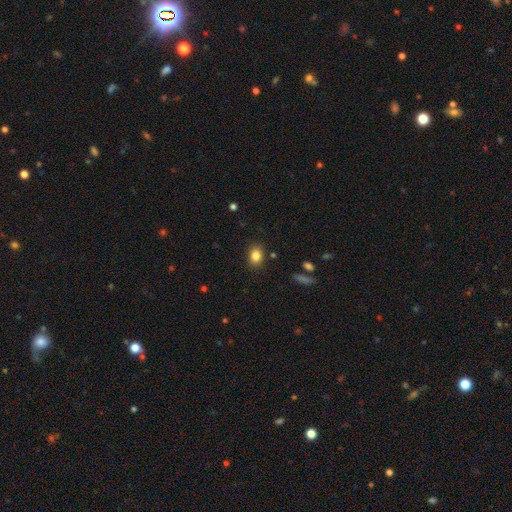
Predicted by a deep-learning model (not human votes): Smooth or featured?
  - smooth: 84% *
  - star or artifact: 10%
  - featured or disk: 6%
How rounded?
  - in between: 65% *
  - round: 33%
  - cigar-shaped: 1%
Merging?
  - none: 86% *
  - minor disturbance: 10%
  - major disturbance: 3%
  - merger: 2%